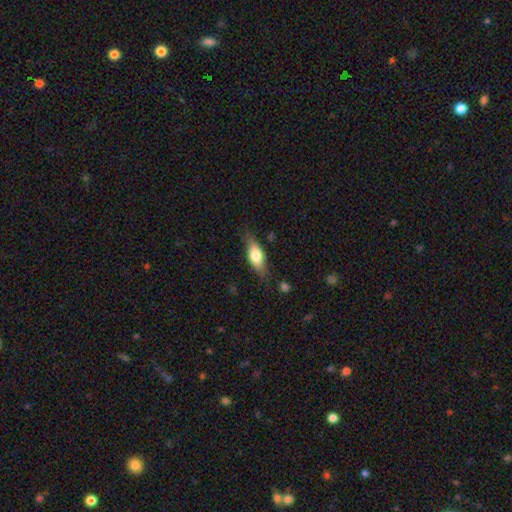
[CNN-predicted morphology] Q: Smooth or featured?
A: smooth (62%); runner-up: featured or disk (32%)
Q: How rounded?
A: in between (70%); runner-up: cigar-shaped (26%)
Q: Merging?
A: none (76%); runner-up: minor disturbance (18%)